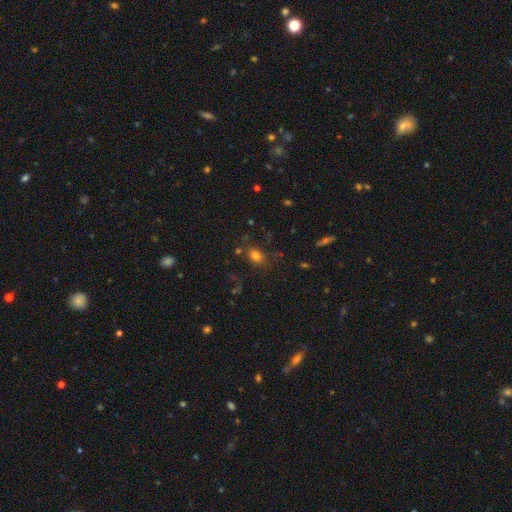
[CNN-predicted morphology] smooth-or-featured: smooth: 76% | star or artifact: 15% | featured or disk: 9%
  how-rounded: in between: 68% | round: 30% | cigar-shaped: 2%
  merging: none: 74% | minor disturbance: 15% | major disturbance: 6% | merger: 5%